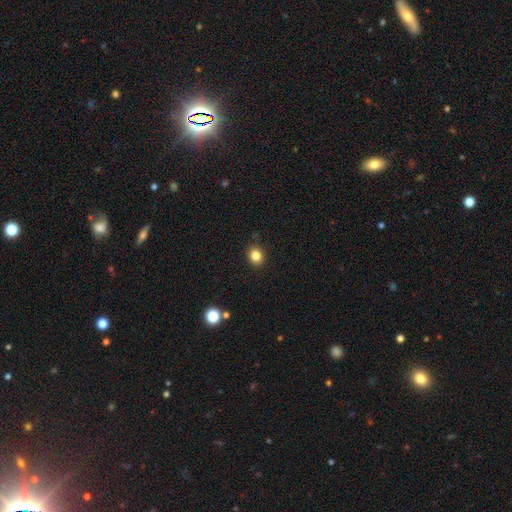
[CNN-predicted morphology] The model was most divided on "how rounded": round: 71%, in between: 28%, cigar-shaped: 1%. More confident: merging — none (89%); smooth or featured — smooth (83%).